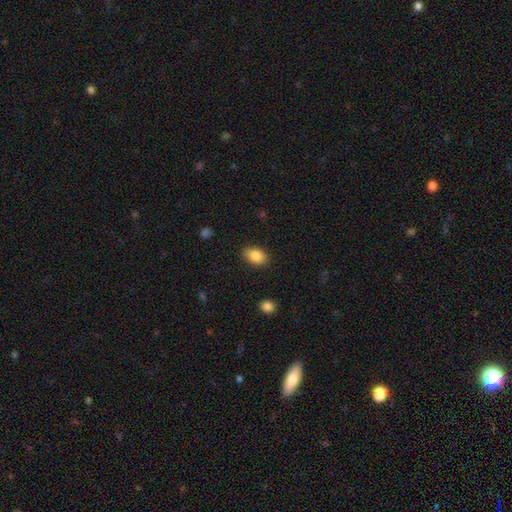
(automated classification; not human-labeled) Morphology: type=smooth (86%); roundness=in between (89%); merging=none (87%).